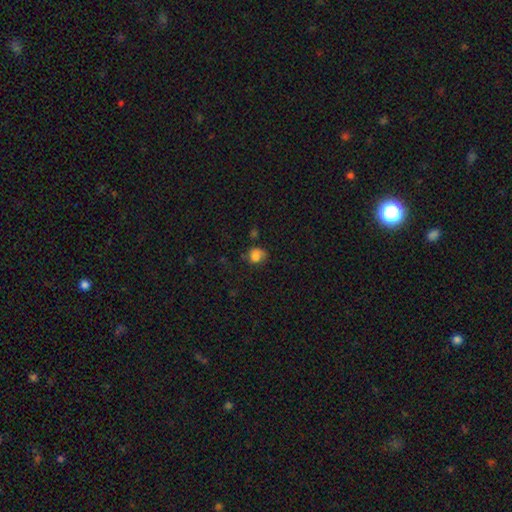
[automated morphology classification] This appears to be a smooth galaxy with no disk features (79%) that is round (62%). Merging: none (53%).